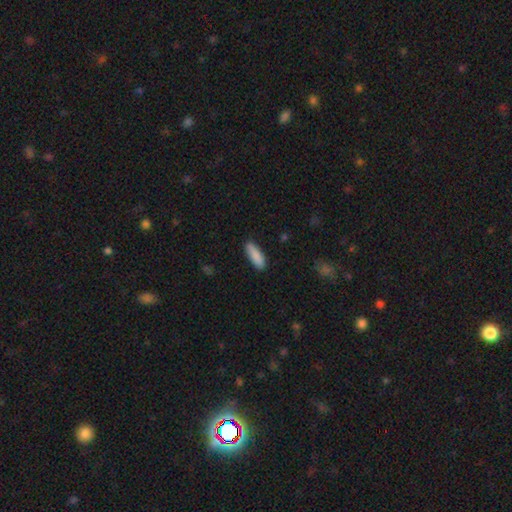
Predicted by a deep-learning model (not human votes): Smooth or featured? smooth (89%)
How rounded? in between (57%)
Merging? none (85%)